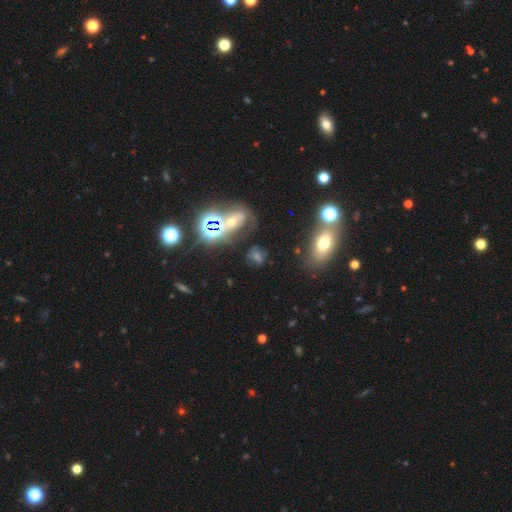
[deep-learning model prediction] Morphology: type=star or artifact (40%).